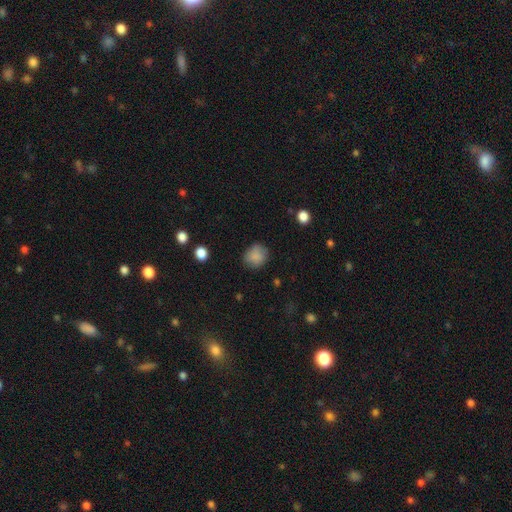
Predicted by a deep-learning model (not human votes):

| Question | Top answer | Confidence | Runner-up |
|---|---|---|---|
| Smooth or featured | smooth | 85% | star or artifact (9%) |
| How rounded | round | 77% | in between (22%) |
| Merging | none | 78% | minor disturbance (16%) |